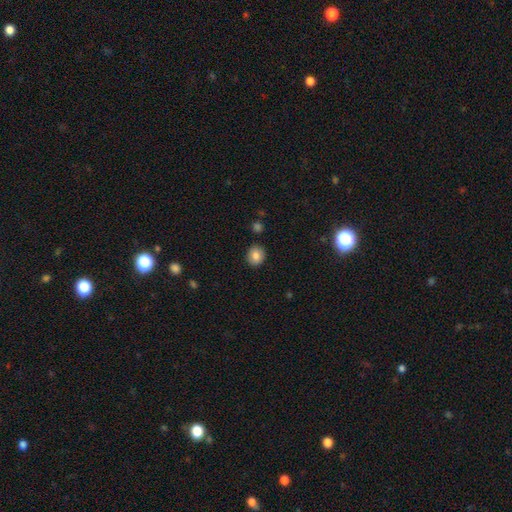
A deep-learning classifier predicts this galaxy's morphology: Overall: smooth (82%). How rounded: round (81%). Merging: none (89%).